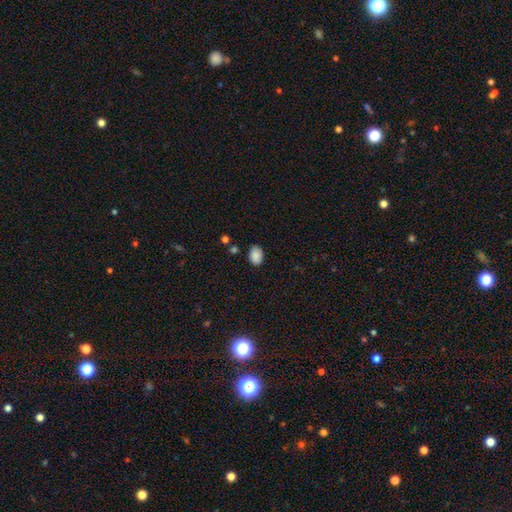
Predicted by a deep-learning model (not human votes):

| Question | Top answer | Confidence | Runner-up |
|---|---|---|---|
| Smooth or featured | smooth | 88% | star or artifact (8%) |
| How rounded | in between | 78% | round (21%) |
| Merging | none | 85% | minor disturbance (10%) |